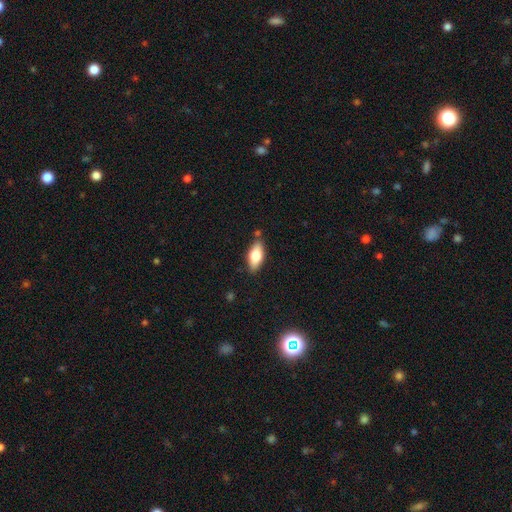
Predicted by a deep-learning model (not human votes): smooth 72%, featured or disk 21%, star or artifact 7%. Down the decision tree: how rounded — in between (84%); merging — none (81%).